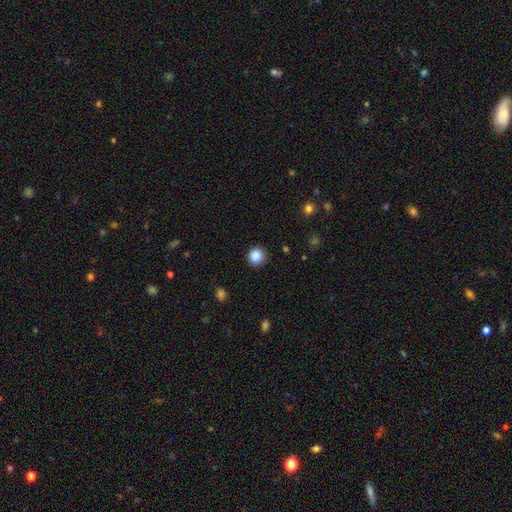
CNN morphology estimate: type=smooth (88%); roundness=round (92%); merging=none (89%).